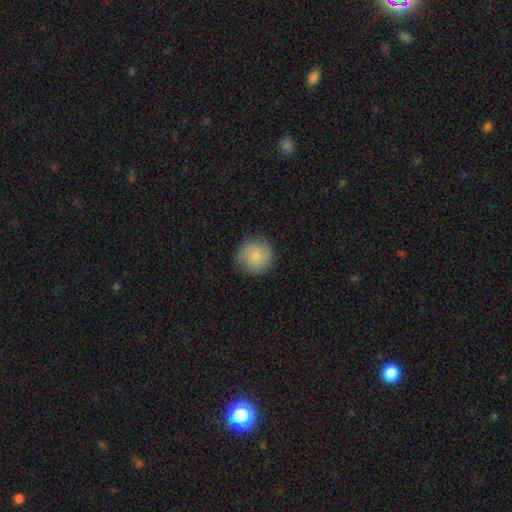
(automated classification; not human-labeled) This is likely a smooth galaxy (76%). How rounded: clearly round (93%). Merging: likely none (78%).